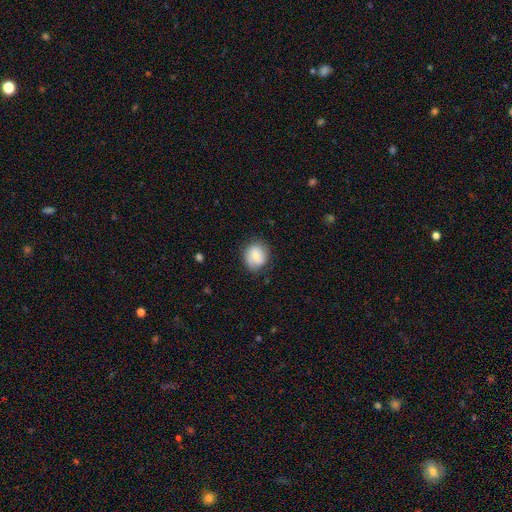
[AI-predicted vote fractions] smooth-or-featured: smooth: 69% | featured or disk: 23% | star or artifact: 8%
  how-rounded: round: 72% | in between: 27% | cigar-shaped: 1%
  merging: none: 78% | minor disturbance: 17% | major disturbance: 5% | merger: 1%